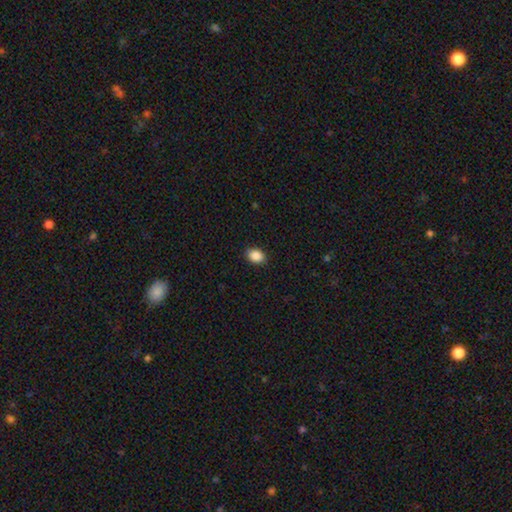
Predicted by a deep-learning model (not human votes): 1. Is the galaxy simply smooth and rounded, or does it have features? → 89% smooth, 9% star or artifact, 3% featured or disk.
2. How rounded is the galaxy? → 67% in between, 32% round, 1% cigar-shaped.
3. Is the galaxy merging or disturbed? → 89% none, 8% minor disturbance, 2% major disturbance, 1% merger.